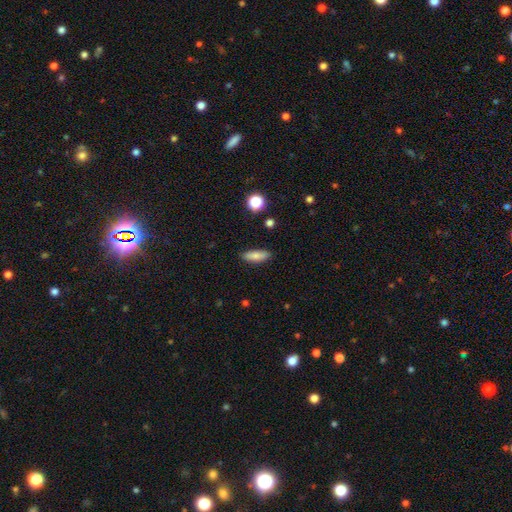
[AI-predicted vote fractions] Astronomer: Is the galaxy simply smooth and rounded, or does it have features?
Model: smooth — 78%.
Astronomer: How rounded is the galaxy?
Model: in between — 63%.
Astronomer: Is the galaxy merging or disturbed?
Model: none — 86%.